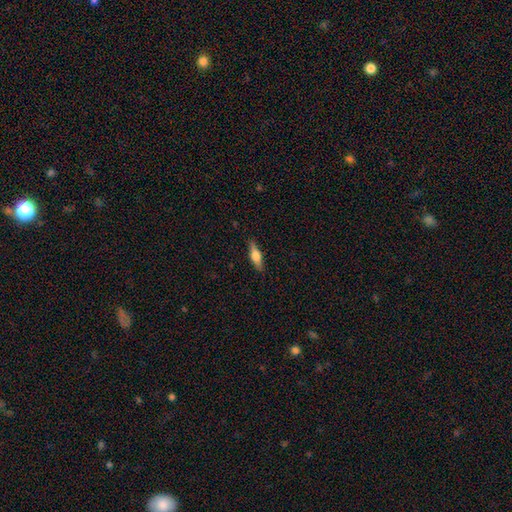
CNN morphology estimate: smooth_or_featured: smooth (p=0.55) [alt: featured or disk p=0.38]
how_rounded: cigar-shaped (p=0.51) [alt: in between p=0.46]
merging: none (p=0.85) [alt: minor disturbance p=0.11]